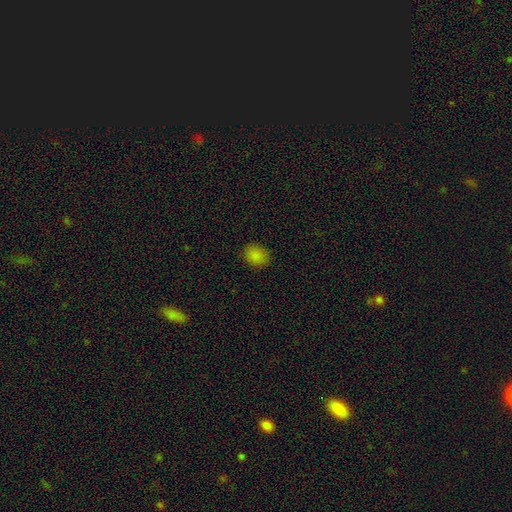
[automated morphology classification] type=smooth (84%); roundness=in between (52%); merging=none (86%).